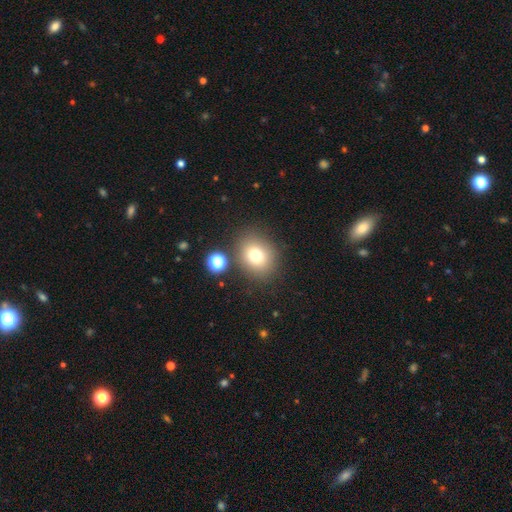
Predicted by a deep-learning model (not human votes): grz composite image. It shows a smooth galaxy with no disk features (75%) that is round (65%). Merging: none (81%).